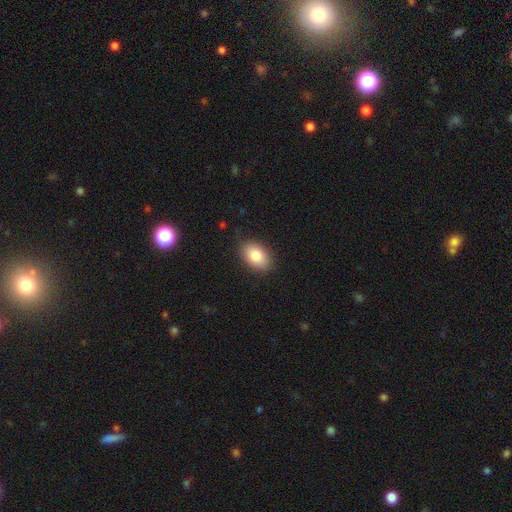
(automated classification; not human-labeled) smooth_or_featured: smooth (p=0.85) [alt: featured or disk p=0.08]
how_rounded: in between (p=0.90) [alt: round p=0.09]
merging: none (p=0.86) [alt: minor disturbance p=0.10]